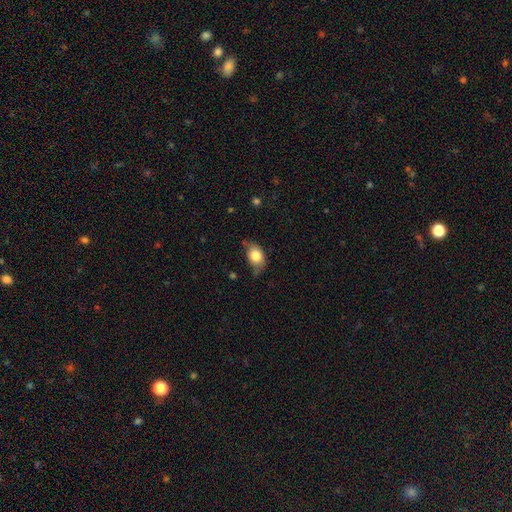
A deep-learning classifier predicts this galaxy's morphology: This is clearly a smooth galaxy (80%). How rounded: likely in between (78%). Merging: possibly none (54%).